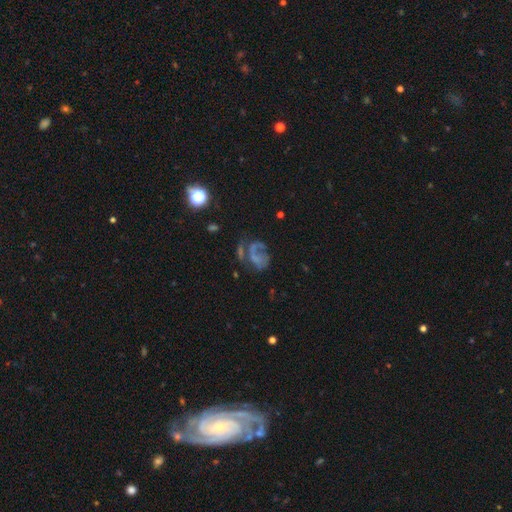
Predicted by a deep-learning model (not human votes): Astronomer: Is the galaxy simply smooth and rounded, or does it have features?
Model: featured or disk — 55%.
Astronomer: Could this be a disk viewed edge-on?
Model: no — 97%.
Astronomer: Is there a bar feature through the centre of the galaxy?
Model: no — 81%.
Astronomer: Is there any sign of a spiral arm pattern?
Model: yes — 56% (runner-up: no, 44%).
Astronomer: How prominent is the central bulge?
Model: none — 70%.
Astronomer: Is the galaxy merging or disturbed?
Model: major disturbance — 39% (runner-up: none, 32%).